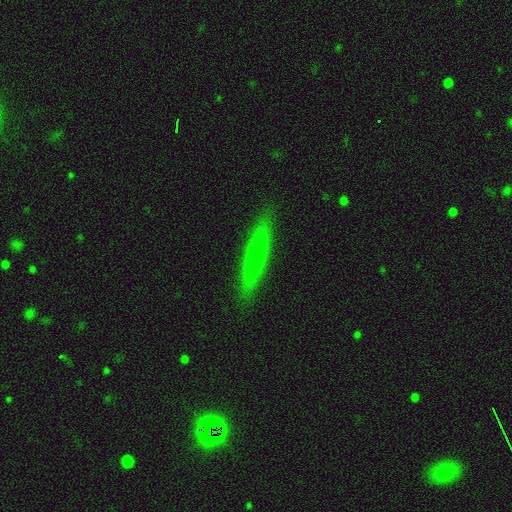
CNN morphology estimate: Smooth or featured: smooth — 52% (featured or disk — 41%)
How rounded: cigar-shaped — 94% (in between — 5%)
Merging: none — 90% (minor disturbance — 7%)